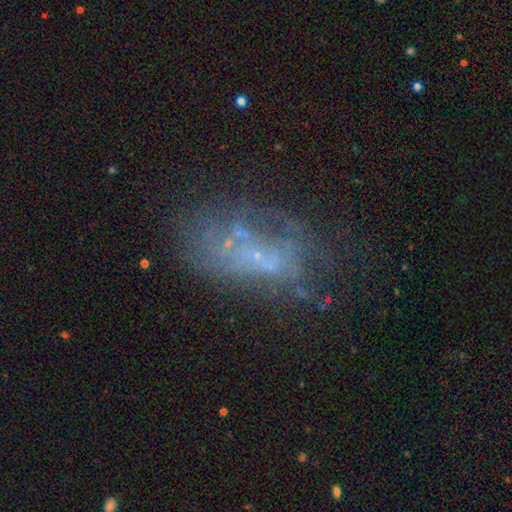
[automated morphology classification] Overall: featured or disk (54%; smooth 24%). Edge-on disk: no (96%). Bar: no (91%). Spiral arms: no (91%). Bulge size: none (63%; small 29%). Merging: none (44%; major disturbance 26%).